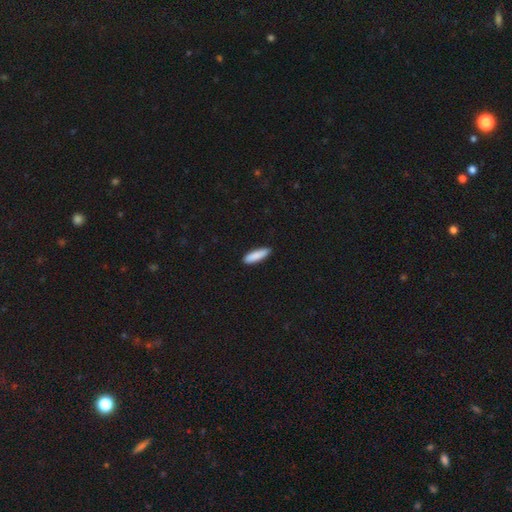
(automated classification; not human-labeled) Smooth or featured? smooth (88%)
How rounded? cigar-shaped (66%)
Merging? none (88%)